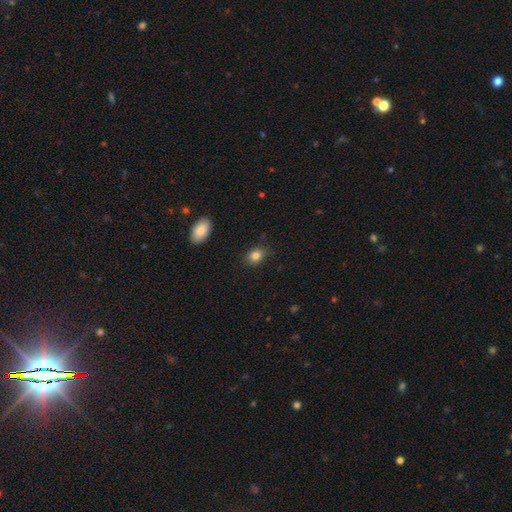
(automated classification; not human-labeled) A smooth galaxy with no disk features (84%) that is in between round and cigar-shaped (61%). Merging: none (84%).